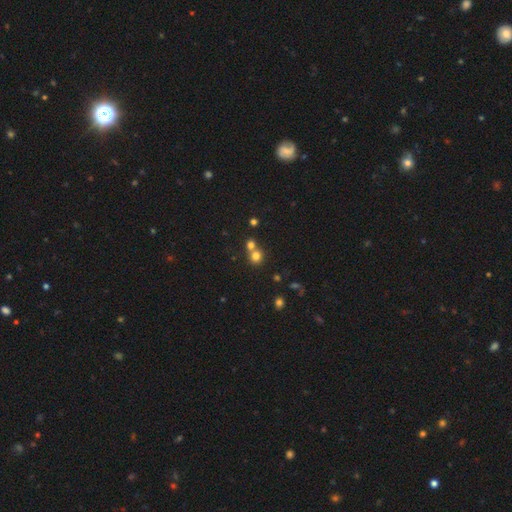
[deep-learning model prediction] Morphology: type=smooth (75%); roundness=round (86%); merging=none (47%).